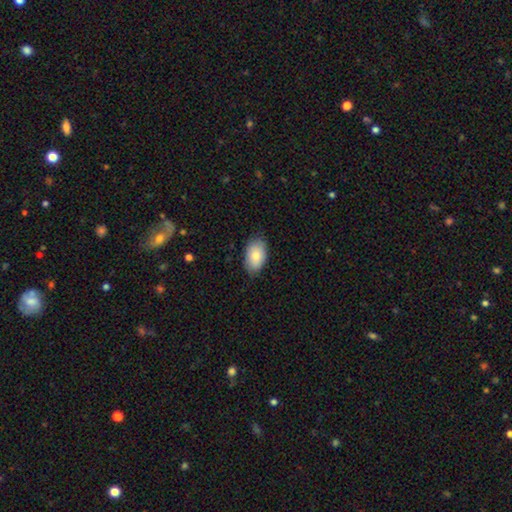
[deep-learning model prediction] This is clearly a smooth galaxy (82%). How rounded: clearly in between (93%). Merging: clearly none (83%).